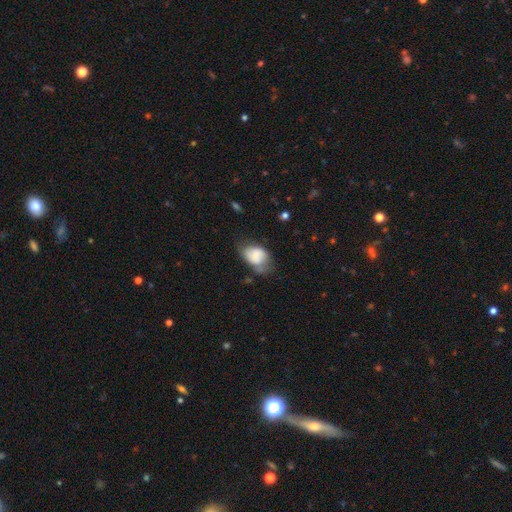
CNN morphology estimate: smooth_or_featured: smooth (p=0.72) [alt: featured or disk p=0.20]
how_rounded: in between (p=0.82) [alt: round p=0.17]
merging: minor disturbance (p=0.38) [alt: none p=0.36]